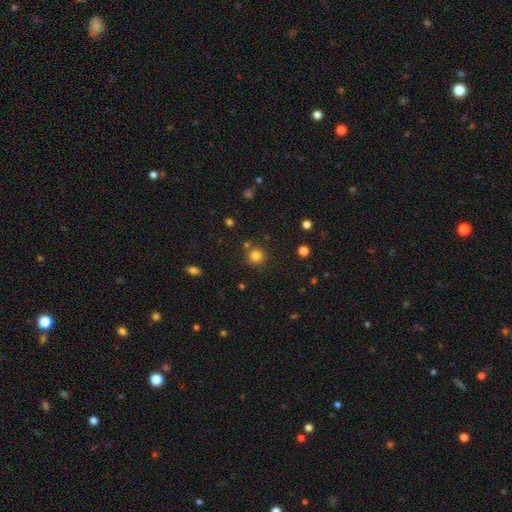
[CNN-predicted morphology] smooth_or_featured: smooth (p=0.81) [alt: star or artifact p=0.14]
how_rounded: round (p=0.93) [alt: in between p=0.06]
merging: none (p=0.82) [alt: minor disturbance p=0.08]